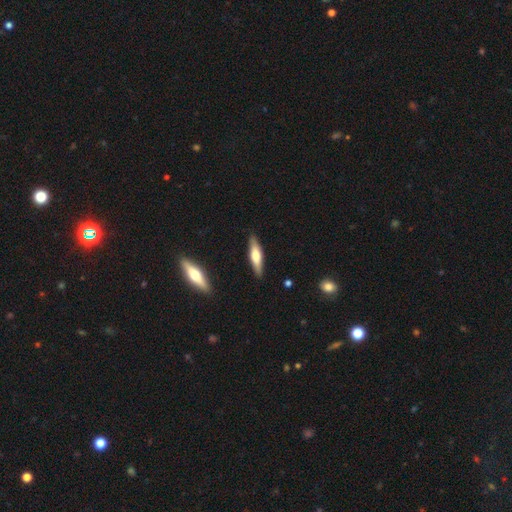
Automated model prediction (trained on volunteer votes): The model was most divided on "smooth or featured": smooth: 50%, featured or disk: 45%, star or artifact: 6%. More confident: merging — none (89%).